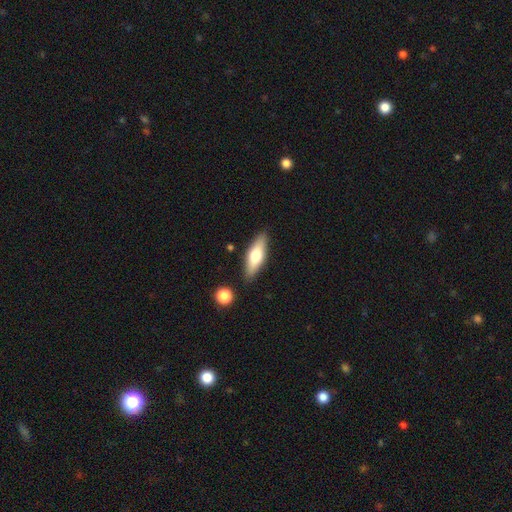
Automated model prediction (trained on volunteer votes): The model was most divided on "how rounded": in between: 52%, cigar-shaped: 45%, round: 3%. More confident: merging — none (85%); smooth or featured — smooth (60%).